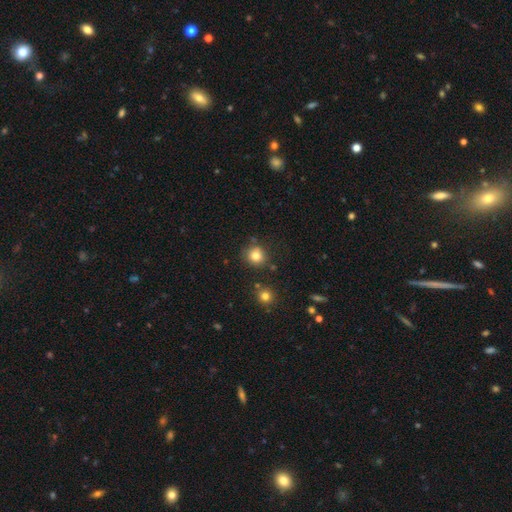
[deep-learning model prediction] Smooth or featured: smooth — 81% (star or artifact — 12%)
How rounded: round — 88% (in between — 11%)
Merging: none — 80% (minor disturbance — 11%)